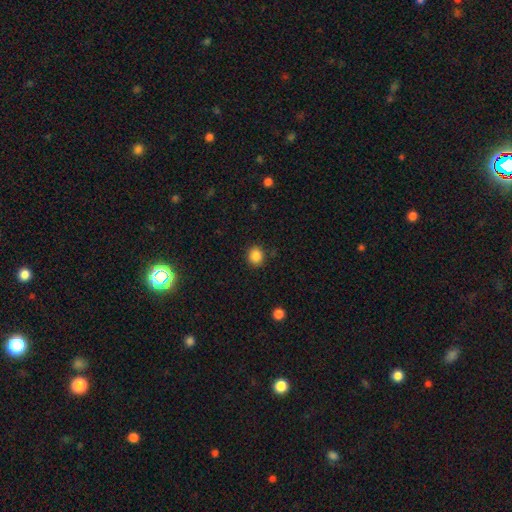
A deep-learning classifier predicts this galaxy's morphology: The model was most divided on "how rounded": round: 84%, in between: 15%, cigar-shaped: 1%. More confident: merging — none (88%); smooth or featured — smooth (86%).